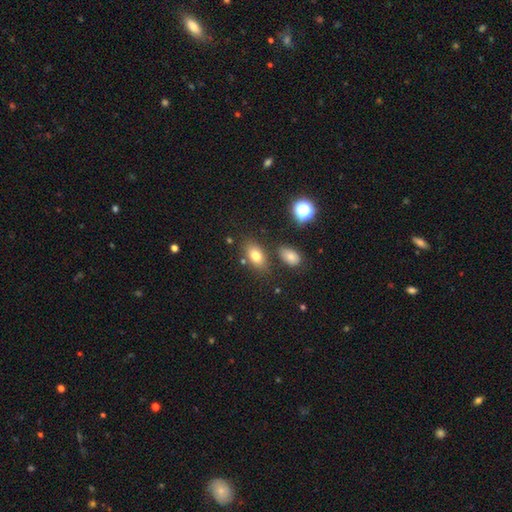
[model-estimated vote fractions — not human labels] Smooth or featured? Predicted: smooth (p=0.75). How rounded? Predicted: in between (p=0.86). Merging? Predicted: none (p=0.74).